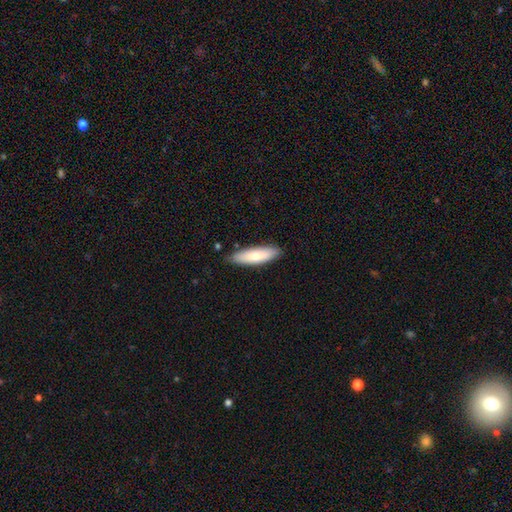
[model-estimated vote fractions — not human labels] Smooth or featured? smooth (72%)
How rounded? cigar-shaped (56%)
Merging? none (84%)